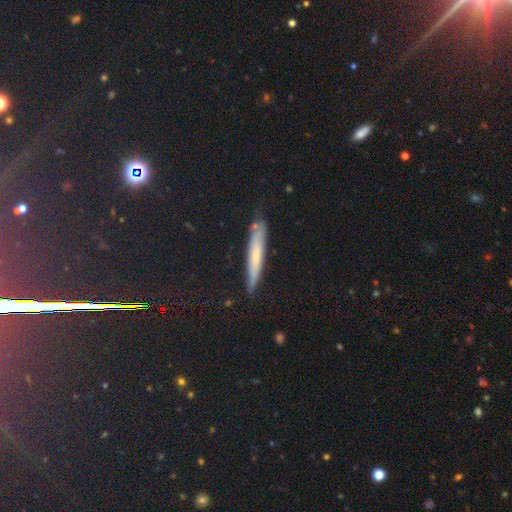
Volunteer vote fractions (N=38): smooth 47%, featured or disk 45%, star or artifact 8%. Down the decision tree: how rounded — cigar-shaped (89%); merging — none (60%).